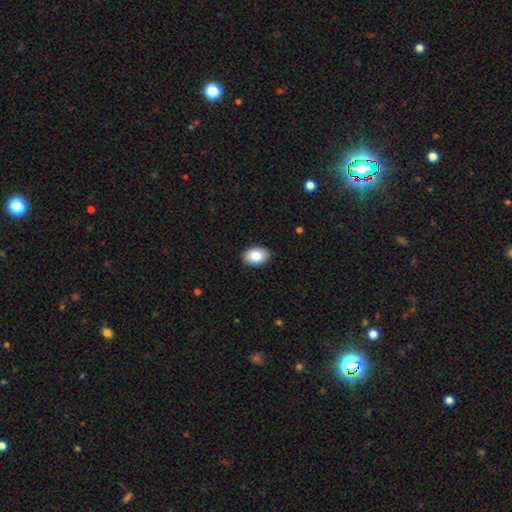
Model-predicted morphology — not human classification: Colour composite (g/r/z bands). It shows a smooth galaxy with no disk features (86%) that is in between round and cigar-shaped (87%). Merging: none (90%).